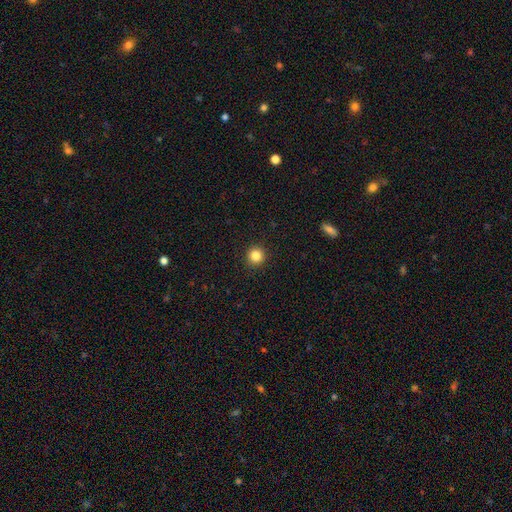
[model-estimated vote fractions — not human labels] Smooth or featured?
  - smooth: 85% *
  - star or artifact: 11%
  - featured or disk: 4%
How rounded?
  - round: 95% *
  - in between: 4%
  - cigar-shaped: 1%
Merging?
  - none: 93% *
  - minor disturbance: 5%
  - major disturbance: 2%
  - merger: 1%